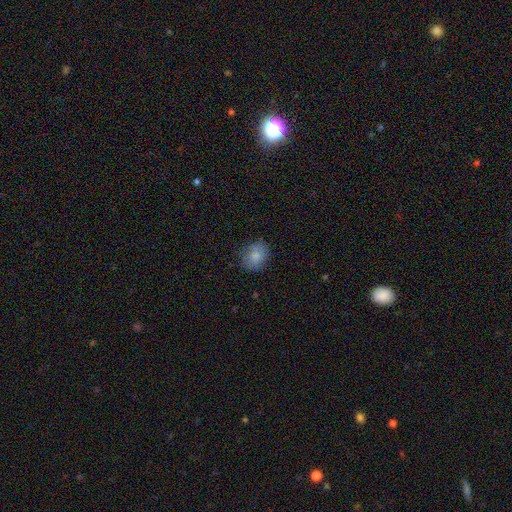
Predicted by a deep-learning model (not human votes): smooth-or-featured: smooth: 84% | star or artifact: 8% | featured or disk: 8%
  how-rounded: in between: 50% | round: 49% | cigar-shaped: 1%
  merging: none: 78% | minor disturbance: 17% | major disturbance: 4% | merger: 1%